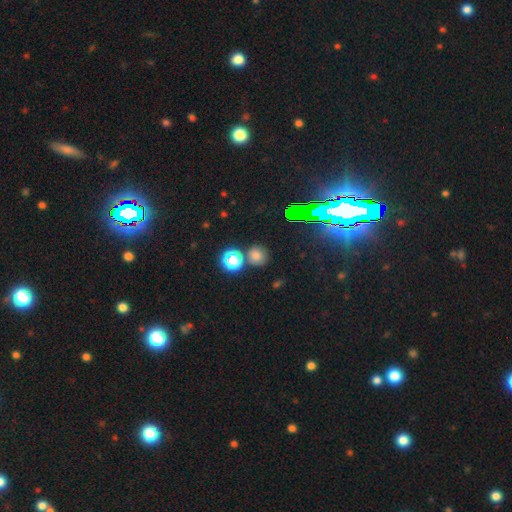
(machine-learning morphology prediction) This is likely a smooth galaxy (67%). How rounded: clearly round (87%). Merging: likely none (74%).